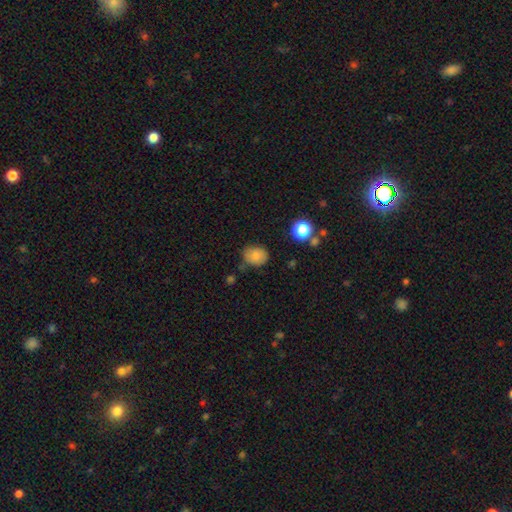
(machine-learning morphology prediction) Smooth or featured? Predicted: smooth (p=0.80). How rounded? Predicted: round (p=0.55). Merging? Predicted: none (p=0.73).